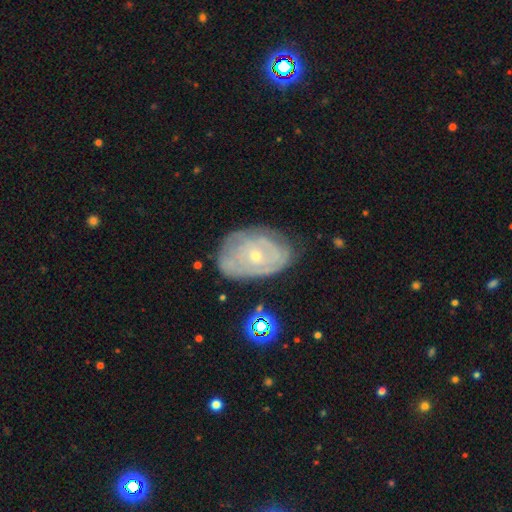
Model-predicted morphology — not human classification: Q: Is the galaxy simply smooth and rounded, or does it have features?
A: featured or disk — 71%.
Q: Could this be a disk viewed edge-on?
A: no — 95%.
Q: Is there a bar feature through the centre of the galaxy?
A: no — 83%.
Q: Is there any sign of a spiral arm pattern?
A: yes — 68%.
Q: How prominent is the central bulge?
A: small — 71%.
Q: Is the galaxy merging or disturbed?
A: none — 64%.